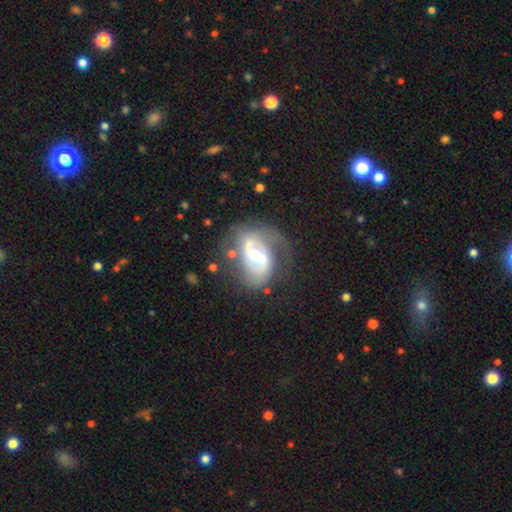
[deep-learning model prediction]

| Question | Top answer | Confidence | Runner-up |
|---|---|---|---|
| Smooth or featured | featured or disk | 83% | smooth (12%) |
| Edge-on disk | no | 97% | yes (3%) |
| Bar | weak | 47% | no (27%) |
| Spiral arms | yes | 89% | no (11%) |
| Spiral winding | medium | 46% | loose (27%) |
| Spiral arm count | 2 | 75% | can't tell (11%) |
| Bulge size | moderate | 64% | small (28%) |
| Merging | none | 53% | minor disturbance (24%) |